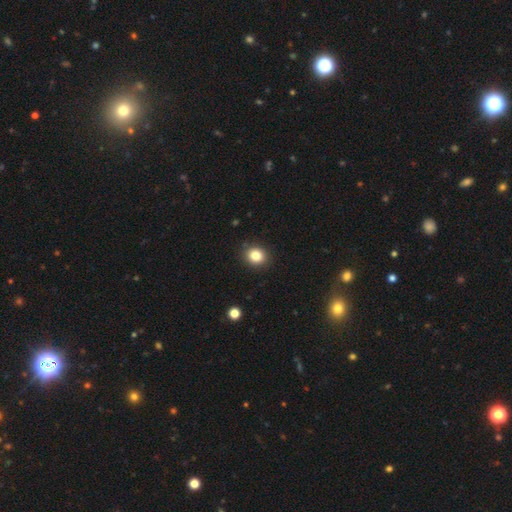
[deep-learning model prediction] Morphology: type=smooth (84%); roundness=round (75%); merging=none (90%).